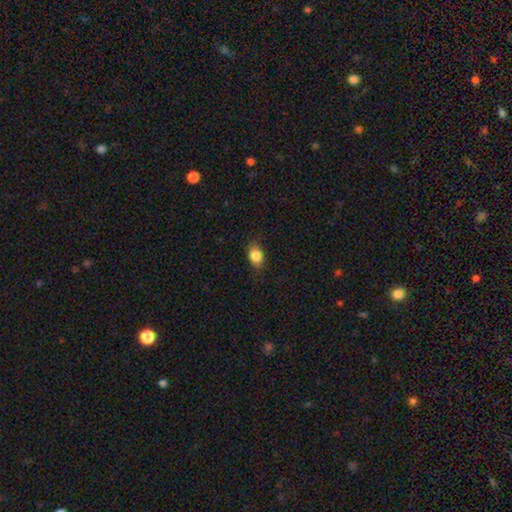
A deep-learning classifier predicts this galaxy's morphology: smooth_or_featured: smooth (p=0.84) [alt: star or artifact p=0.09]
how_rounded: in between (p=0.67) [alt: round p=0.31]
merging: none (p=0.78) [alt: minor disturbance p=0.17]